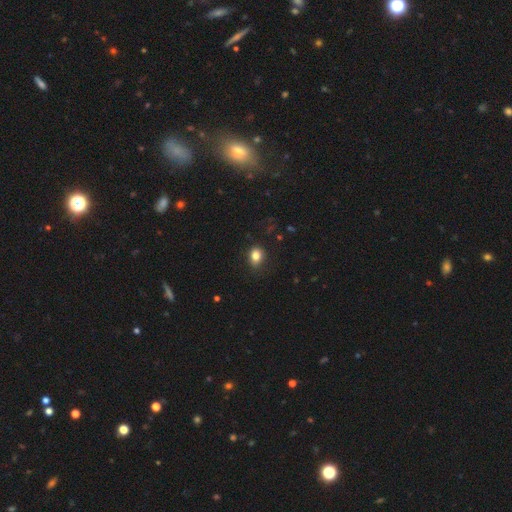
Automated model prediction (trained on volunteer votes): Smooth or featured: smooth — 83% (star or artifact — 11%)
How rounded: in between — 60% (round — 39%)
Merging: none — 83% (minor disturbance — 13%)